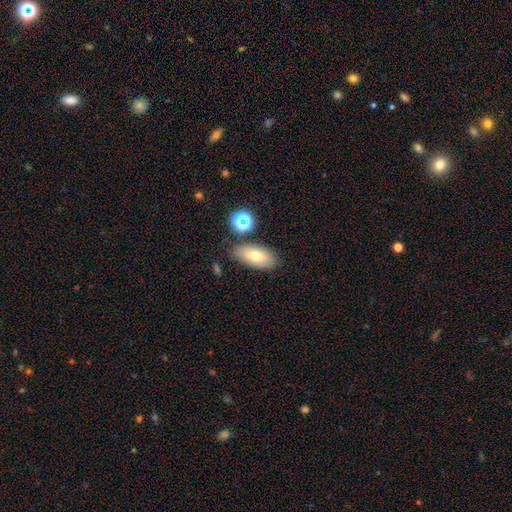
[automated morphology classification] Overall: smooth (70%). How rounded: in between (84%). Merging: none (79%).